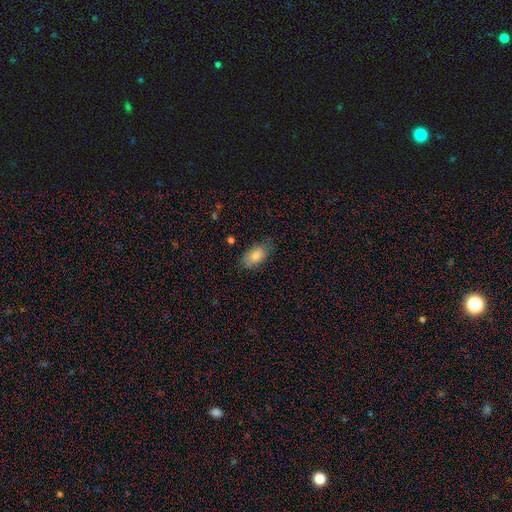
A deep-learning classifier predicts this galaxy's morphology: type=smooth (80%); roundness=in between (92%); merging=none (74%).